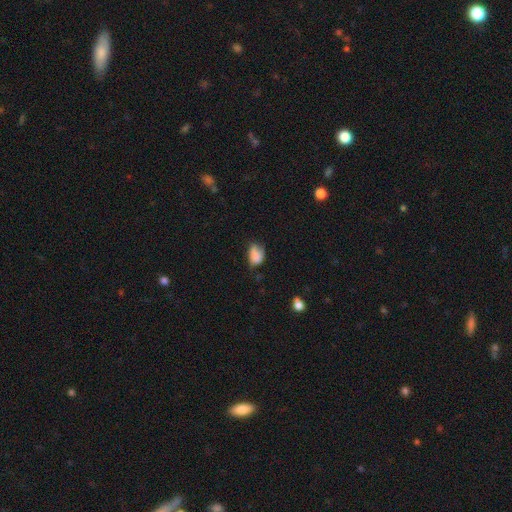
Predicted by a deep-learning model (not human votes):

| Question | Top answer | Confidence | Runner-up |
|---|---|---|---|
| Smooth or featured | smooth | 76% | featured or disk (15%) |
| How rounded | in between | 78% | round (20%) |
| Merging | minor disturbance | 40% | none (36%) |